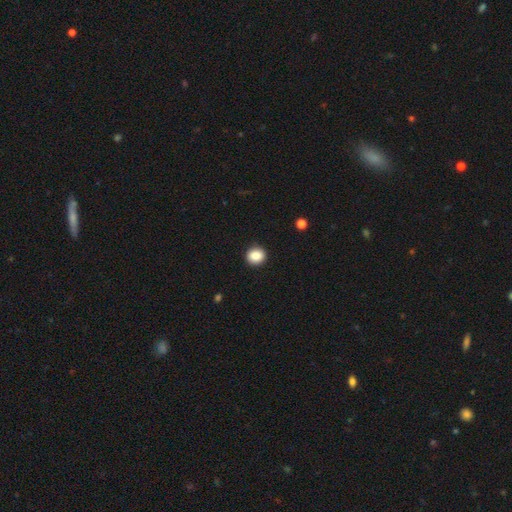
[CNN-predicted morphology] Smooth or featured? smooth (87%)
How rounded? round (79%)
Merging? none (92%)